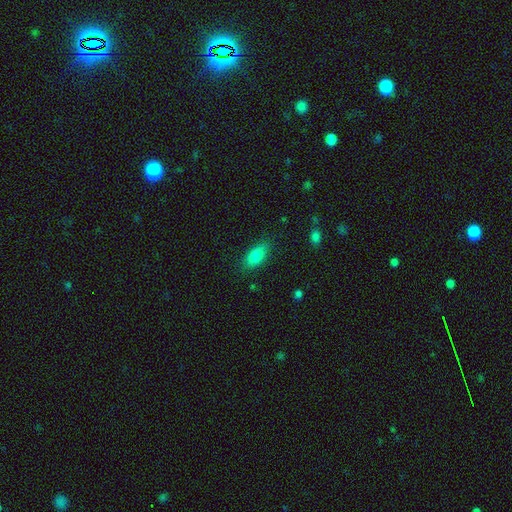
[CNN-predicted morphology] smooth_or_featured: smooth (p=0.83) [alt: featured or disk p=0.09]
how_rounded: in between (p=0.85) [alt: cigar-shaped p=0.11]
merging: none (p=0.81) [alt: minor disturbance p=0.14]